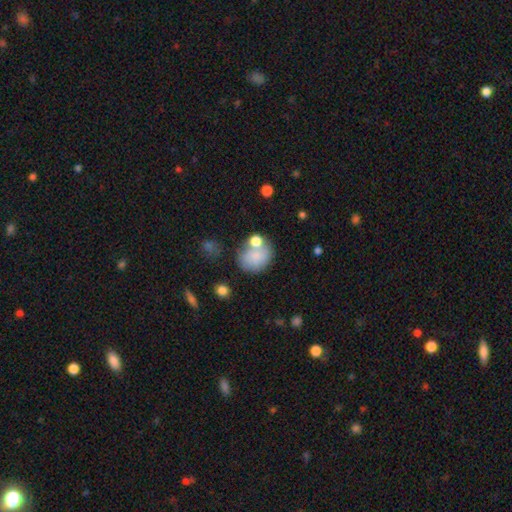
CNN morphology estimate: Smooth or featured?
  - smooth: 77% *
  - featured or disk: 14%
  - star or artifact: 9%
How rounded?
  - round: 63% *
  - in between: 36%
  - cigar-shaped: 1%
Merging?
  - none: 52% *
  - merger: 21%
  - minor disturbance: 18%
  - major disturbance: 8%